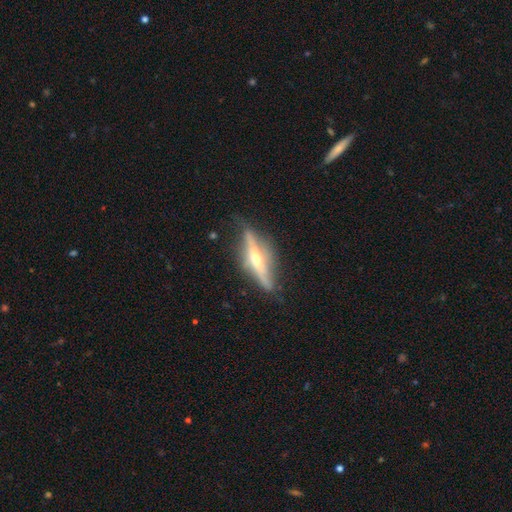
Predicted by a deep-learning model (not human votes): featured or disk 79%, smooth 15%, star or artifact 6%. Down the decision tree: edge-on disk — yes (91%); edge-on bulge — rounded (90%); merging — none (77%).